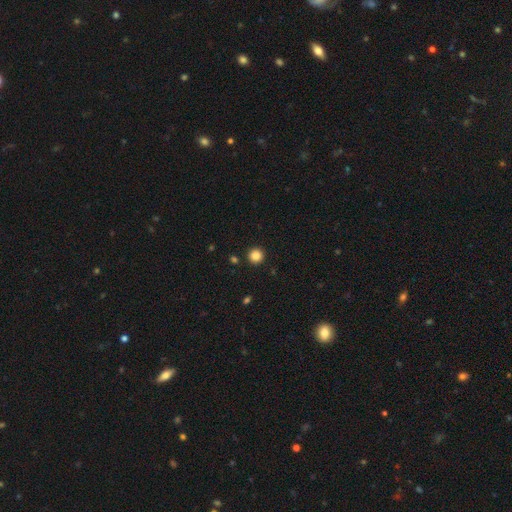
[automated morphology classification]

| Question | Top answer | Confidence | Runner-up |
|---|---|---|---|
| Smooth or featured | smooth | 84% | star or artifact (12%) |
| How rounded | round | 96% | in between (3%) |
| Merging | none | 93% | minor disturbance (4%) |